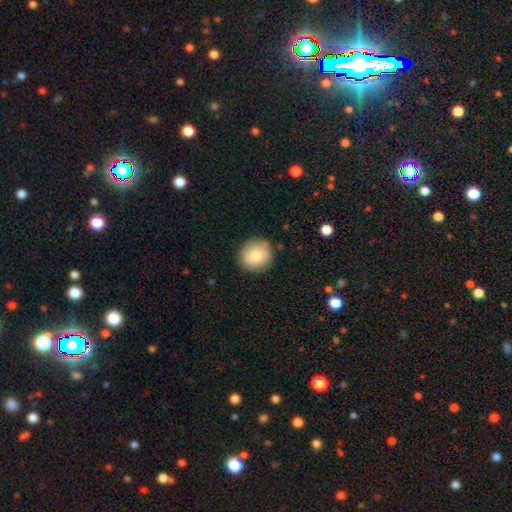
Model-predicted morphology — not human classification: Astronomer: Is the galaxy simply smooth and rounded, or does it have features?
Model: smooth — 80%.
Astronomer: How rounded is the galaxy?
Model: round — 89%.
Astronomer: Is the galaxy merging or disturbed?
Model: none — 88%.